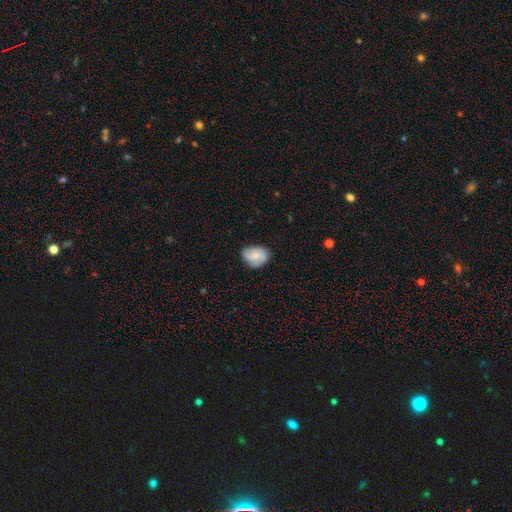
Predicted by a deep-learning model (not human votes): Overall: smooth (64%; featured or disk 29%). How rounded: in between (66%; round 33%). Merging: none (68%).